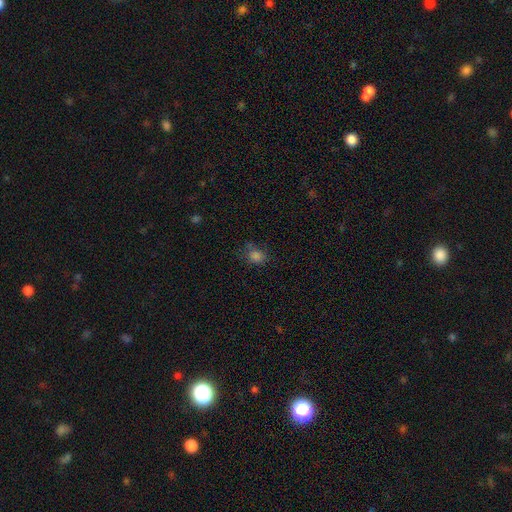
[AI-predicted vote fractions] Smooth or featured? Predicted: smooth (p=0.77). How rounded? Predicted: round (p=0.56). Merging? Predicted: none (p=0.66).